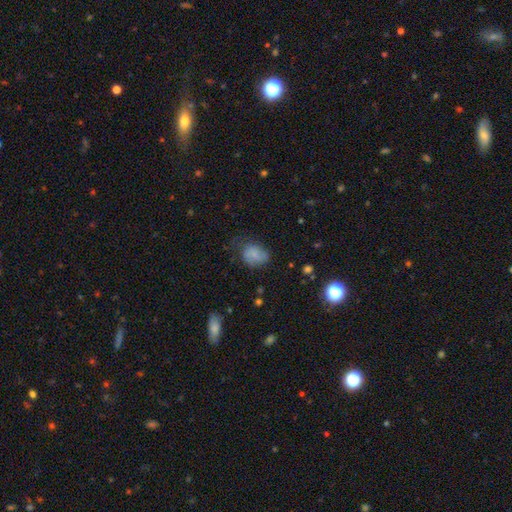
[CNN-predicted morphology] smooth 66%, featured or disk 22%, star or artifact 12%. Down the decision tree: how rounded — in between (64%); merging — none (51%).